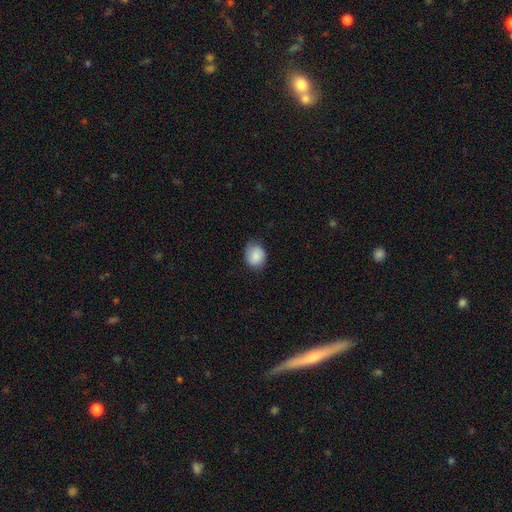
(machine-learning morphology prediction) A smooth galaxy with no disk features (84%) that is round (54%).

Vote fractions:
- Smooth or featured? smooth: 84% / featured or disk: 9% / star or artifact: 7%
- How rounded? round: 54% / in between: 45% / cigar-shaped: 1%
- Merging? none: 71% / minor disturbance: 23% / major disturbance: 5% / merger: 1%